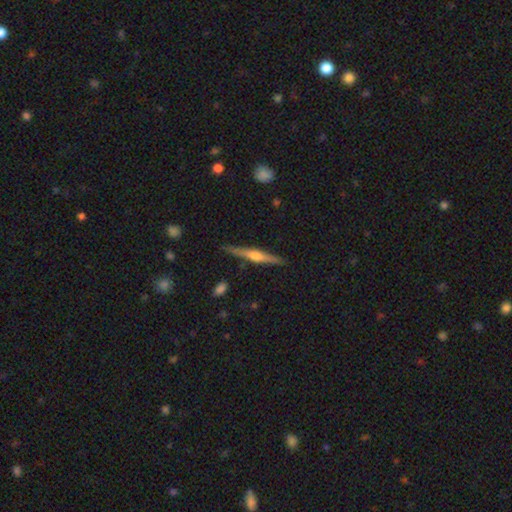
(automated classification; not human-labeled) This appears to be a featured or disk galaxy (71%) viewed edge-on (98%) with a rounded central bulge (84%). Merging: none (87%).